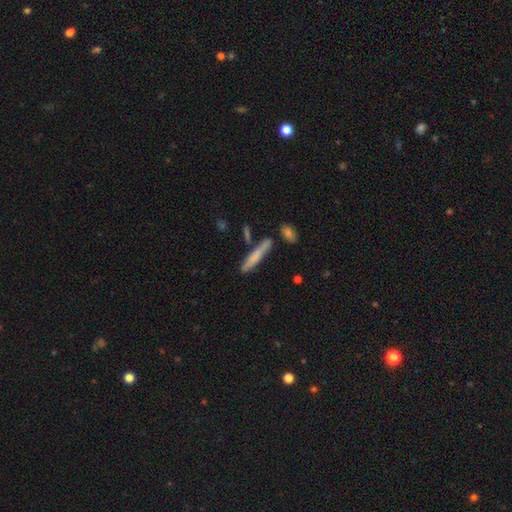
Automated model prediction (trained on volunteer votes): A smooth galaxy with no disk features (66%) that is cigar-shaped (92%).

Vote fractions:
- Smooth or featured? smooth: 66% / featured or disk: 27% / star or artifact: 7%
- How rounded? cigar-shaped: 92% / in between: 6% / round: 2%
- Merging? none: 76% / minor disturbance: 12% / merger: 9% / major disturbance: 3%